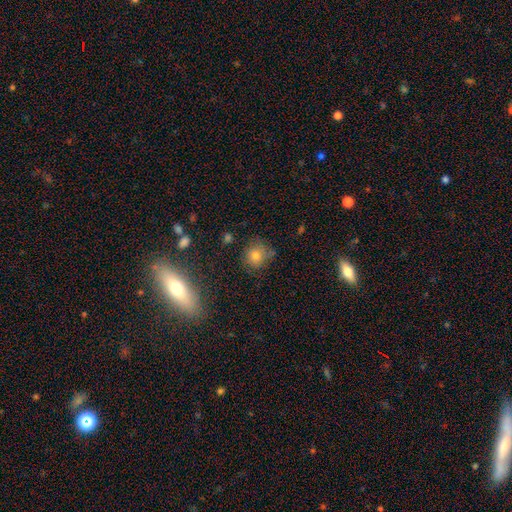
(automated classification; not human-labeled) Smooth or featured? Predicted: smooth (p=0.72). How rounded? Predicted: round (p=0.82). Merging? Predicted: none (p=0.71).